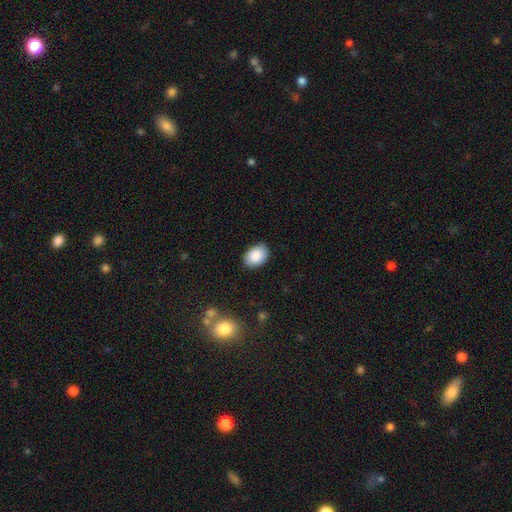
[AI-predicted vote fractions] The model was most divided on "how rounded": in between: 84%, round: 15%, cigar-shaped: 1%. More confident: smooth or featured — smooth (88%); merging — none (87%).